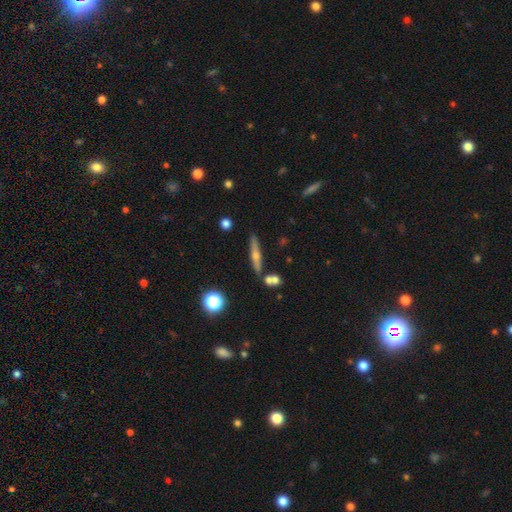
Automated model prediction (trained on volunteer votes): featured or disk 56%, smooth 36%, star or artifact 8%. Down the decision tree: edge-on disk — yes (94%); edge-on bulge — rounded (86%); merging — none (78%).